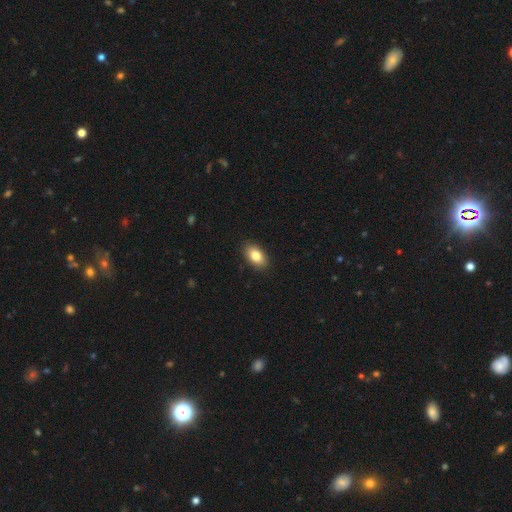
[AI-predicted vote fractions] The model was most divided on "smooth or featured": smooth: 83%, featured or disk: 10%, star or artifact: 8%. More confident: how rounded — in between (92%); merging — none (89%).